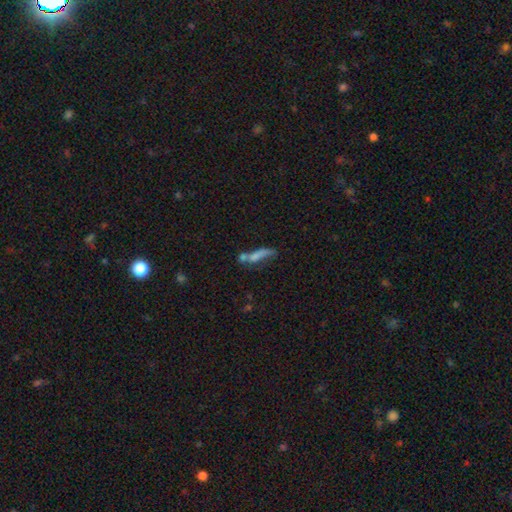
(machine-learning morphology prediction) This is possibly a smooth galaxy (60%). How rounded: likely cigar-shaped (70%). Merging: marginally merger (37%).